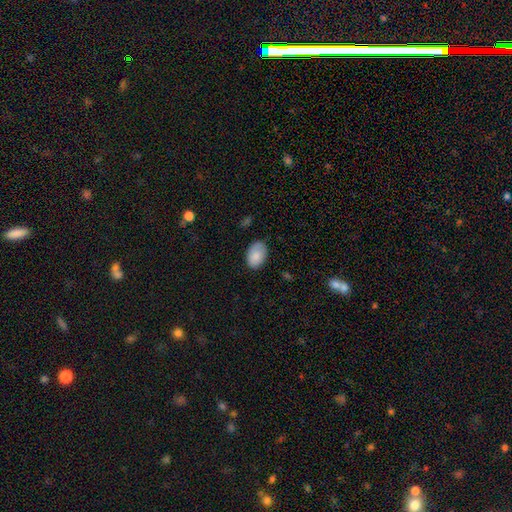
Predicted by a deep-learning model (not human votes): A smooth galaxy with no disk features (87%) that is in between round and cigar-shaped (89%).

Vote fractions:
- Smooth or featured? smooth: 87% / star or artifact: 7% / featured or disk: 6%
- How rounded? in between: 89% / round: 10% / cigar-shaped: 1%
- Merging? none: 76% / minor disturbance: 19% / major disturbance: 3% / merger: 1%